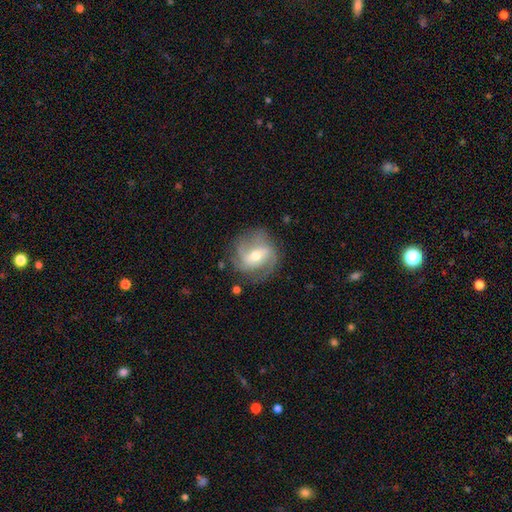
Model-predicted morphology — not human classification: smooth_or_featured: featured or disk (p=0.80) [alt: smooth p=0.13]
disk_edge_on: no (p=0.97) [alt: yes p=0.03]
bar: weak (p=0.45) [alt: strong p=0.29]
has_spiral_arms: yes (p=0.93) [alt: no p=0.07]
spiral_winding: medium (p=0.46) [alt: loose p=0.27]
spiral_arm_count: 2 (p=0.49) [alt: 3 p=0.24]
bulge_size: moderate (p=0.61) [alt: small p=0.33]
merging: none (p=0.74) [alt: minor disturbance p=0.16]